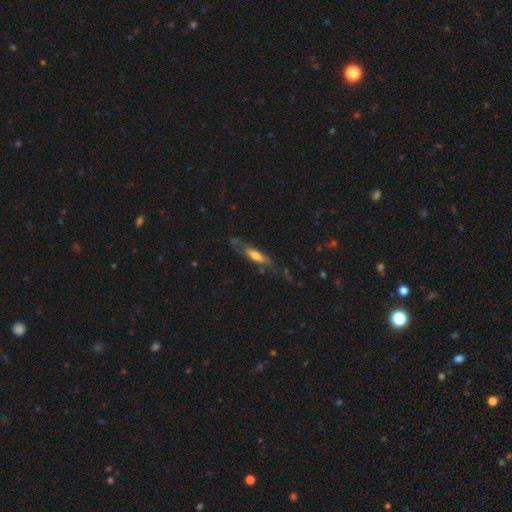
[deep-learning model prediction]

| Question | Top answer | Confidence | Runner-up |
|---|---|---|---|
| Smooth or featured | featured or disk | 49% | smooth (45%) |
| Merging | none | 54% | minor disturbance (25%) |